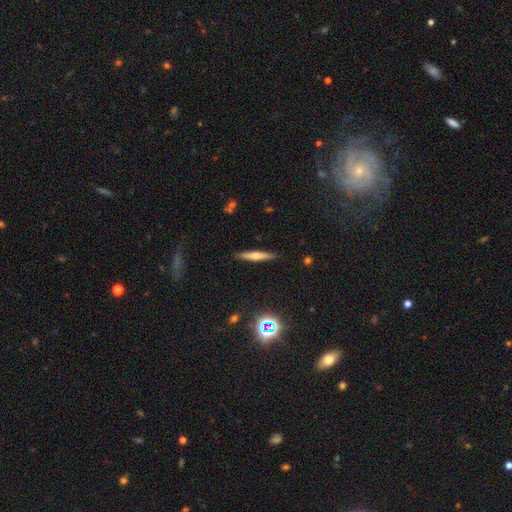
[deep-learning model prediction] The model was most divided on "smooth or featured": featured or disk: 48%, smooth: 43%, star or artifact: 9%. More confident: merging — none (90%).